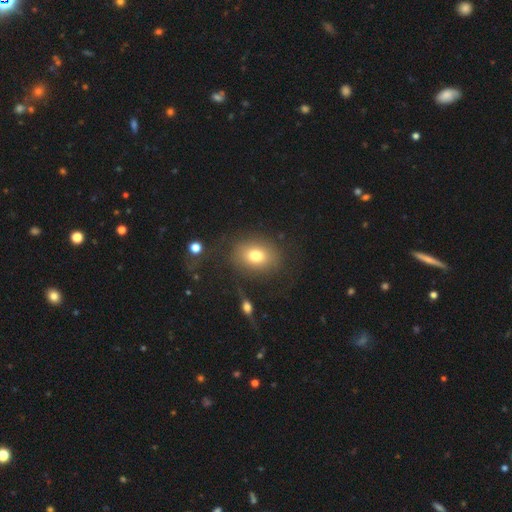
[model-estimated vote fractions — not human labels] This is likely a smooth galaxy (75%). How rounded: possibly in between (59%). Merging: likely none (77%).